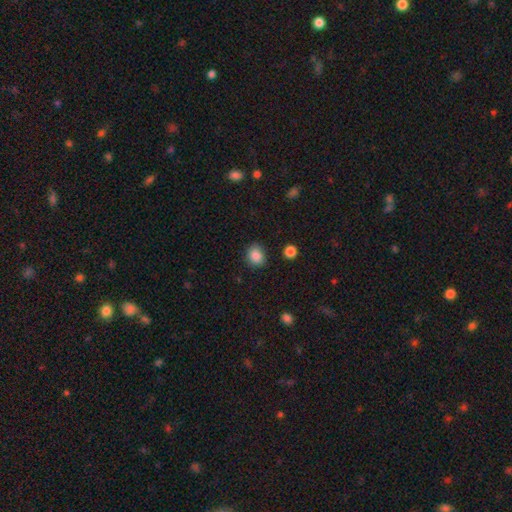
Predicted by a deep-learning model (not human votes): This is clearly a smooth galaxy (86%). How rounded: likely round (65%). Merging: clearly none (83%).